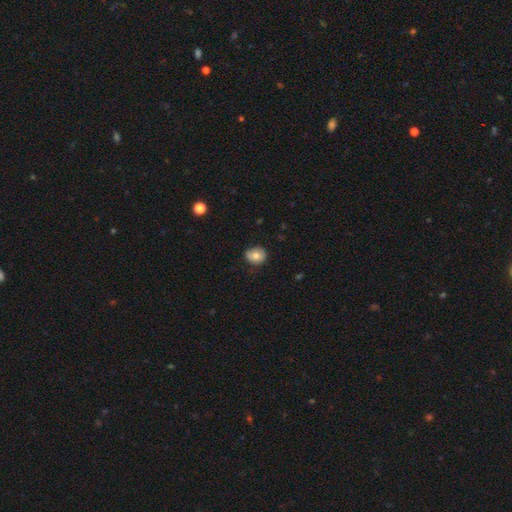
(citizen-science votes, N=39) This appears to be a smooth galaxy with no disk features (90%) that is round (60%). Merging: none (72%).